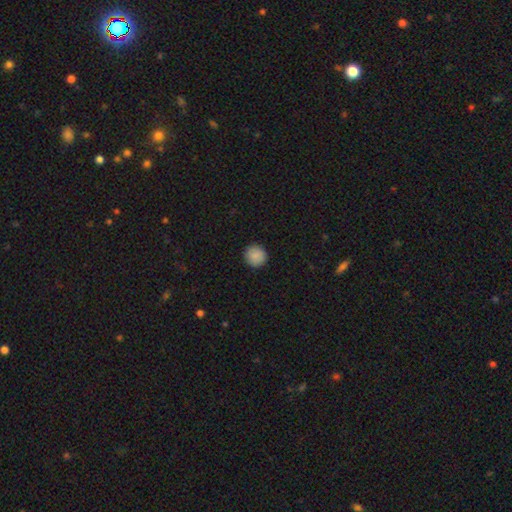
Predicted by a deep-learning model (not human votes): This appears to be a smooth galaxy with no disk features (89%) that is round (94%). Merging: none (92%).